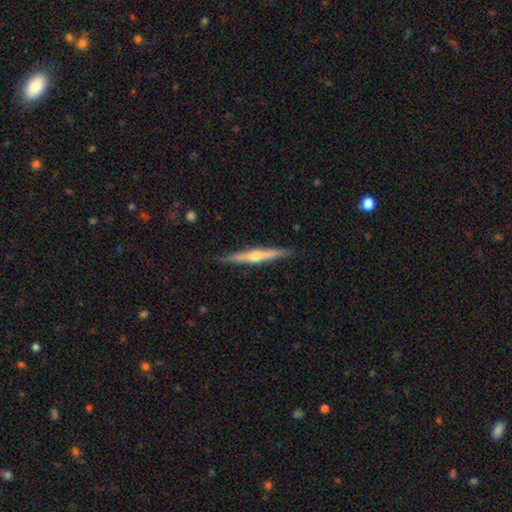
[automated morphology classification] Smooth or featured? Predicted: featured or disk (p=0.74). Edge-on disk? Predicted: yes (p=0.98). Edge-on bulge? Predicted: rounded (p=0.90). Merging? Predicted: none (p=0.90).